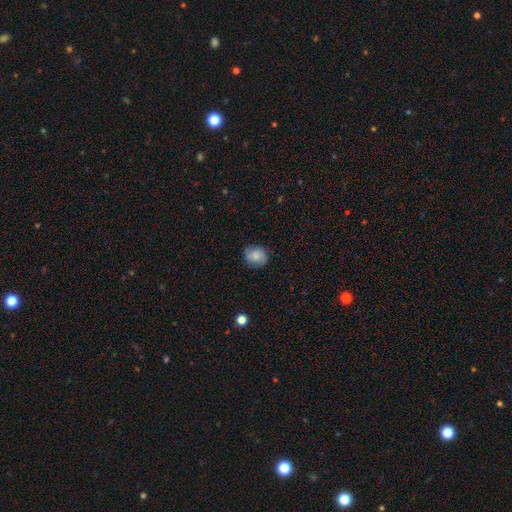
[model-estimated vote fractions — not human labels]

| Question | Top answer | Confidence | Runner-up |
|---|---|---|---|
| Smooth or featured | smooth | 77% | featured or disk (14%) |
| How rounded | round | 73% | in between (26%) |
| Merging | none | 79% | minor disturbance (16%) |